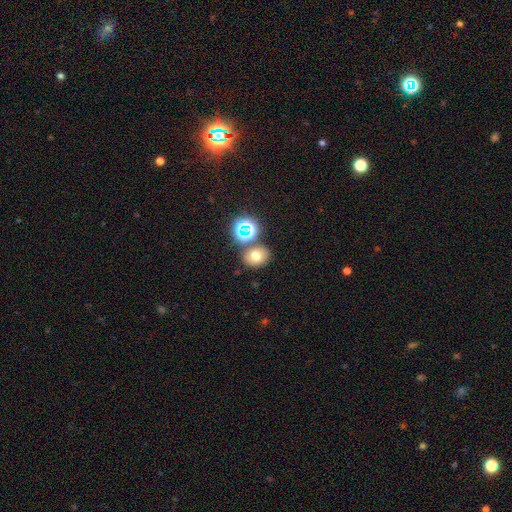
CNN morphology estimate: Smooth or featured? smooth (66%)
How rounded? round (53%)
Merging? none (72%)